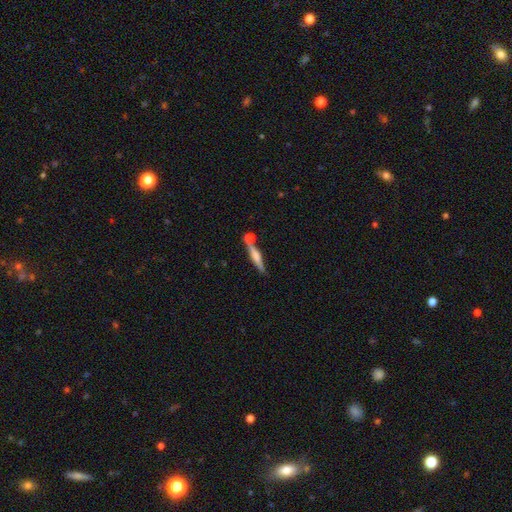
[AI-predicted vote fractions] Smooth or featured: featured or disk — 52% (smooth — 41%)
Edge-on disk: yes — 95% (no — 5%)
Merging: none — 65% (merger — 20%)